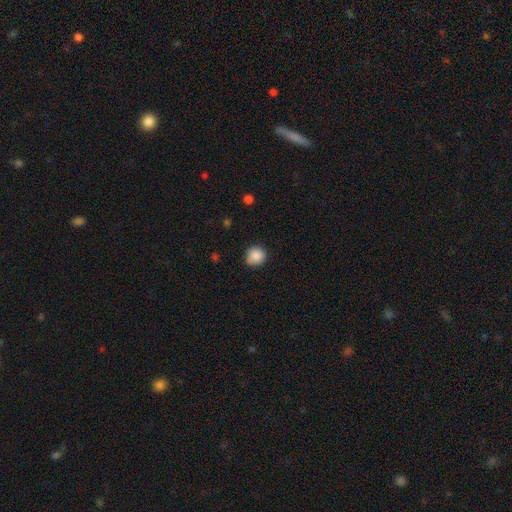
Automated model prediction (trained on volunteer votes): Smooth or featured?
  - smooth: 87% *
  - star or artifact: 9%
  - featured or disk: 4%
How rounded?
  - round: 91% *
  - in between: 8%
  - cigar-shaped: 1%
Merging?
  - none: 81% *
  - minor disturbance: 15%
  - major disturbance: 3%
  - merger: 1%